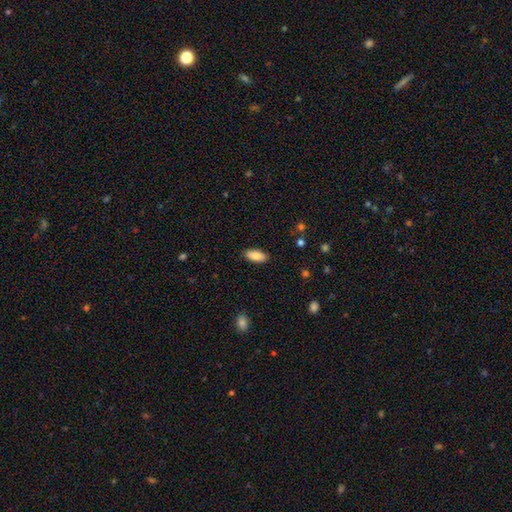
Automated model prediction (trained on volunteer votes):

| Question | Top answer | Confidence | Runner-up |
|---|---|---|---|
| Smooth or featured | smooth | 84% | featured or disk (10%) |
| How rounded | in between | 87% | cigar-shaped (11%) |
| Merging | none | 88% | minor disturbance (9%) |